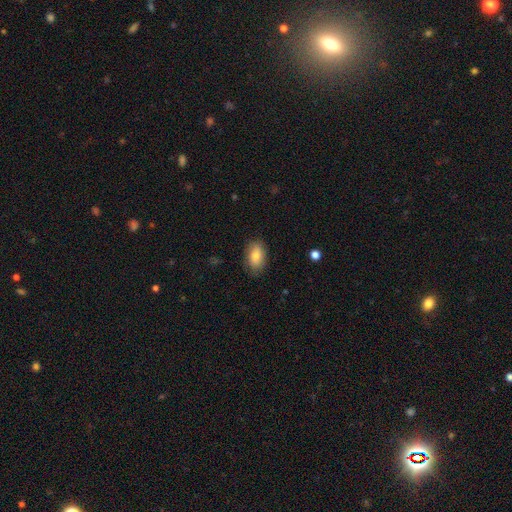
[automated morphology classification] This appears to be a smooth galaxy with no disk features (80%) that is in between round and cigar-shaped (90%). Merging: none (82%).